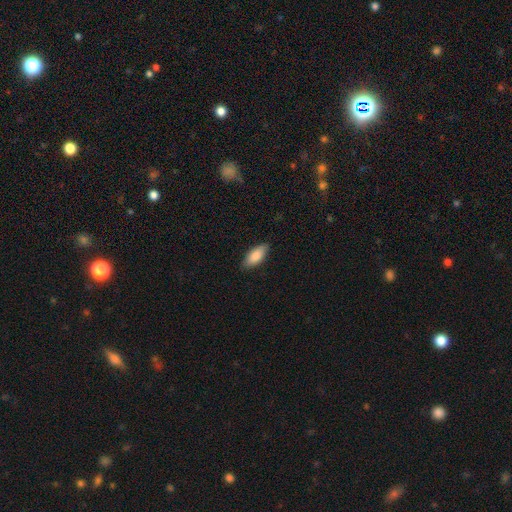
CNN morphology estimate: Smooth or featured?
  - smooth: 87% *
  - featured or disk: 8%
  - star or artifact: 6%
How rounded?
  - in between: 86% *
  - cigar-shaped: 12%
  - round: 2%
Merging?
  - none: 85% *
  - minor disturbance: 12%
  - major disturbance: 2%
  - merger: 1%